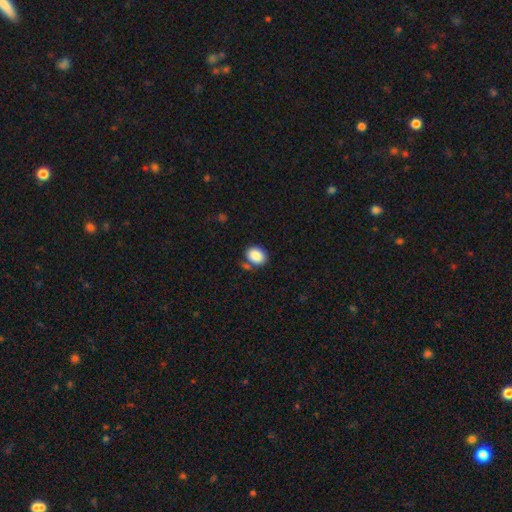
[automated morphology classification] The model was most divided on "how rounded": in between: 60%, round: 39%, cigar-shaped: 1%. More confident: smooth or featured — smooth (88%); merging — none (73%).